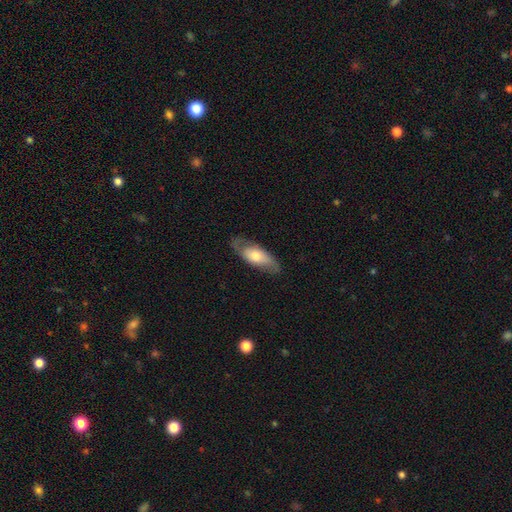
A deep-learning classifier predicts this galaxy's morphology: Smooth or featured?
  - smooth: 51% *
  - featured or disk: 44%
  - star or artifact: 6%
How rounded?
  - in between: 77% *
  - cigar-shaped: 20%
  - round: 3%
Merging?
  - none: 73% *
  - minor disturbance: 20%
  - major disturbance: 7%
  - merger: 1%